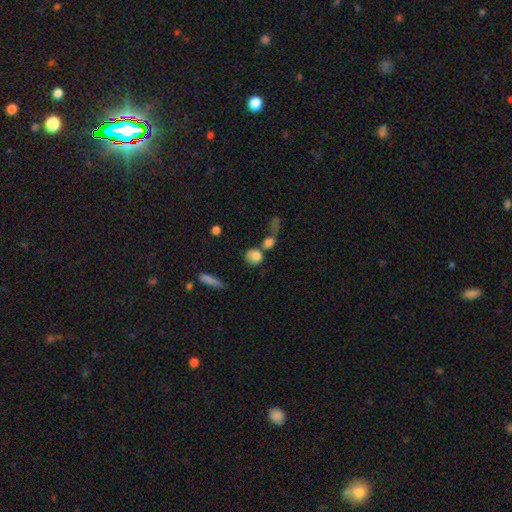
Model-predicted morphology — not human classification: smooth_or_featured: smooth (p=0.80) [alt: featured or disk p=0.10]
how_rounded: round (p=0.77) [alt: in between p=0.20]
merging: none (p=0.43) [alt: merger p=0.36]